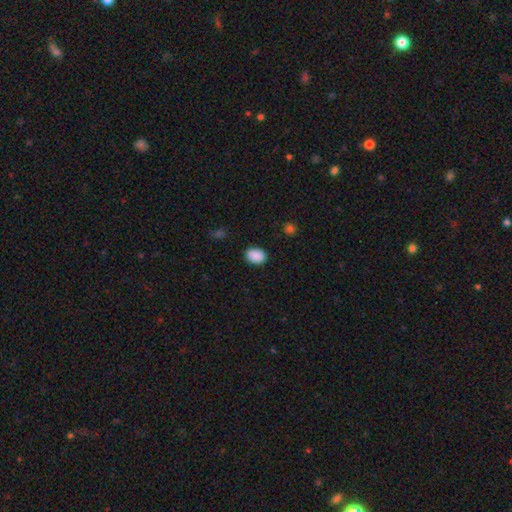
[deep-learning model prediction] Smooth or featured? smooth (90%)
How rounded? in between (73%)
Merging? none (89%)